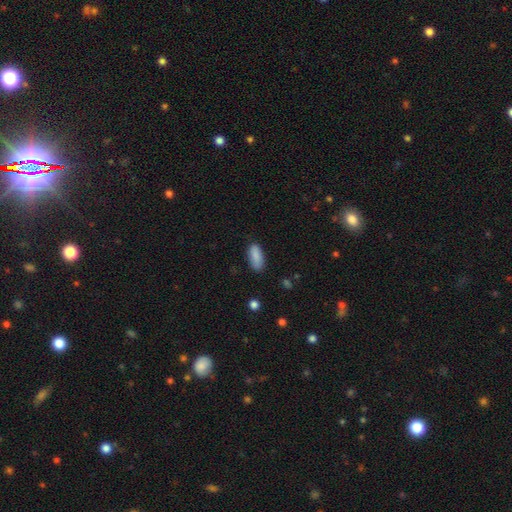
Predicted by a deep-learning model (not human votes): This appears to be a smooth galaxy with no disk features (88%) that is in between round and cigar-shaped (81%). Merging: none (80%).